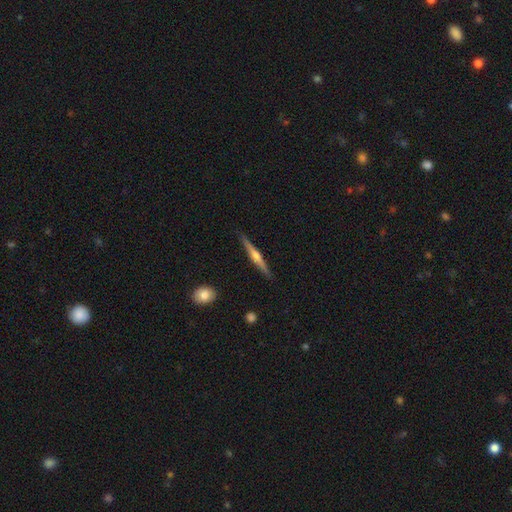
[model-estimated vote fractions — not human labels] This is likely a featured or disk galaxy (68%). It is clearly viewed edge-on (98%). Edge-on bulge: clearly rounded (81%). Merging: clearly none (89%).